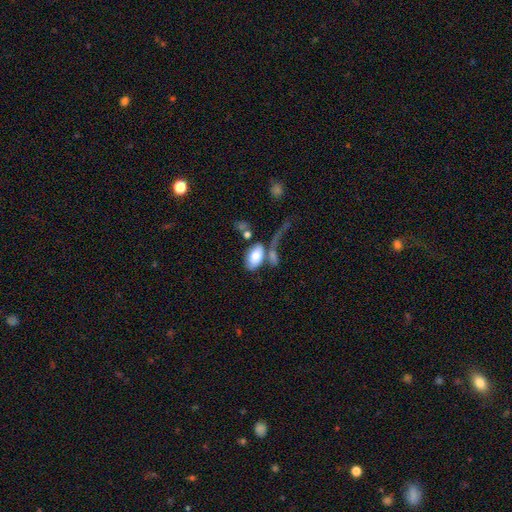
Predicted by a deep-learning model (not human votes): Smooth or featured?
  - smooth: 75% *
  - featured or disk: 19%
  - star or artifact: 6%
How rounded?
  - in between: 94% *
  - round: 4%
  - cigar-shaped: 2%
Merging?
  - merger: 37% *
  - none: 30%
  - major disturbance: 21%
  - minor disturbance: 13%